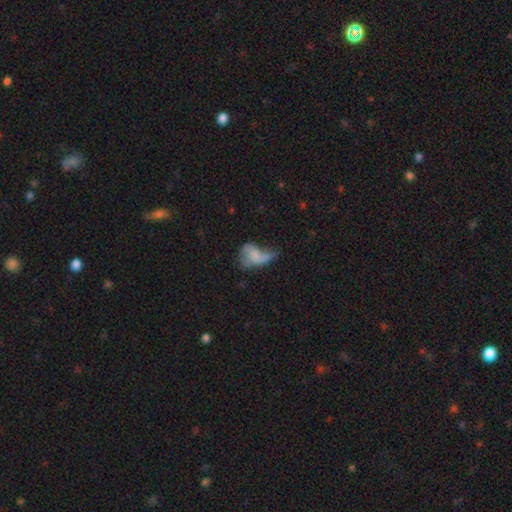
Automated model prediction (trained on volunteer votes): This appears to be a smooth galaxy with no disk features (53%) that is in between round and cigar-shaped (84%). Merging: major disturbance (45%).